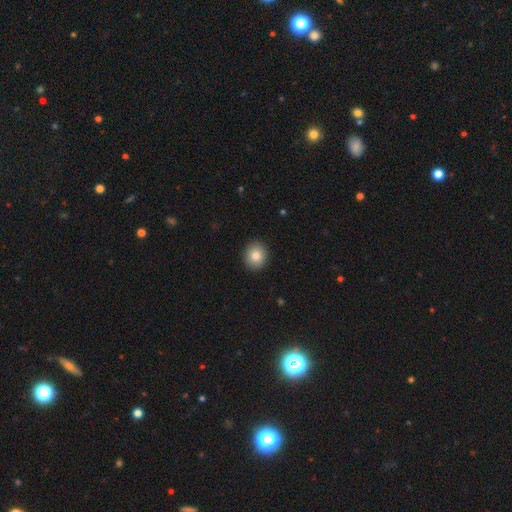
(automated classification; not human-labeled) smooth_or_featured: smooth (p=0.83) [alt: star or artifact p=0.09]
how_rounded: round (p=0.80) [alt: in between p=0.19]
merging: none (p=0.92) [alt: minor disturbance p=0.06]